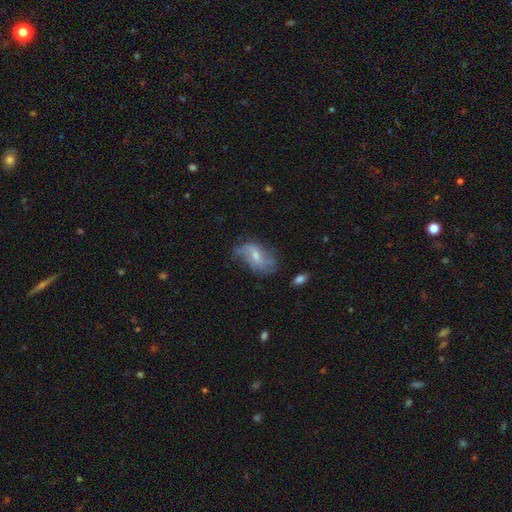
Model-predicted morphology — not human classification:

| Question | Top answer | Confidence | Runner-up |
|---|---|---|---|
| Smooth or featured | featured or disk | 62% | smooth (30%) |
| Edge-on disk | no | 95% | yes (5%) |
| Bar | weak | 44% | no (43%) |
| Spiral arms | yes | 78% | no (22%) |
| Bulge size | small | 50% | moderate (42%) |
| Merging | none | 44% | minor disturbance (33%) |